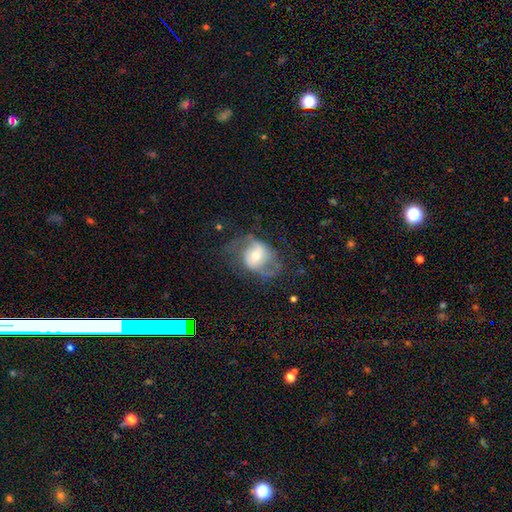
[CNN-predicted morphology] This is likely a featured or disk galaxy (66%). It is clearly not viewed edge-on (96%). Bar: marginally no (44%). Spiral arm pattern: likely yes (78%). Central bulge: possibly moderate (55%). Merging: possibly none (53%).